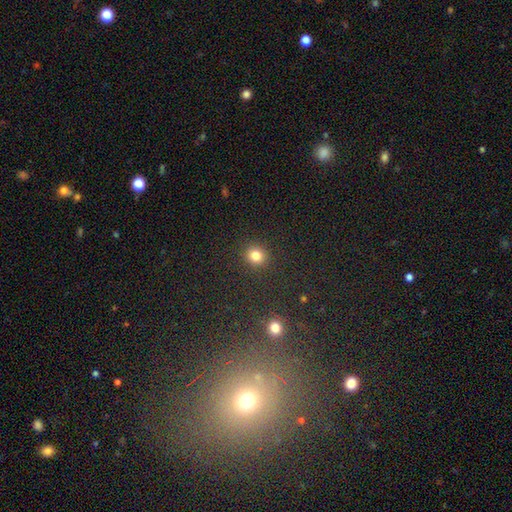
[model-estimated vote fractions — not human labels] Smooth or featured? smooth (81%)
How rounded? round (84%)
Merging? none (89%)